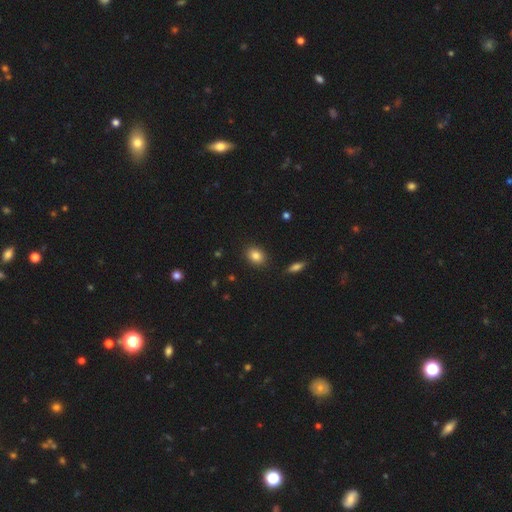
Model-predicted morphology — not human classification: A smooth galaxy with no disk features (84%) that is in between round and cigar-shaped (63%). Merging: none (88%).